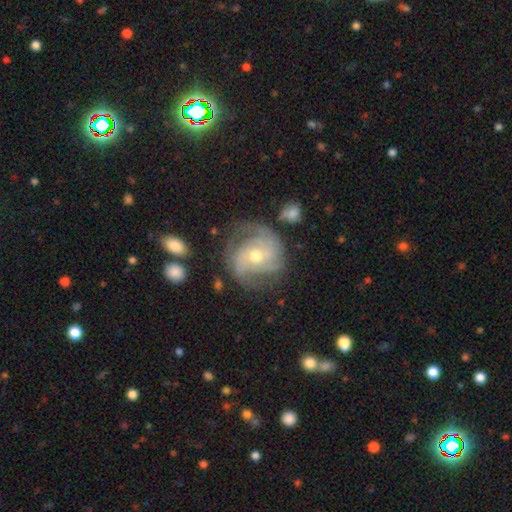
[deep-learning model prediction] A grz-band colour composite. It shows a featured or disk galaxy (82%) with no bar (67%), 3 (32%) tight (48%) spiral arms (94%) and a moderate central bulge (63%). Merging: none (66%).